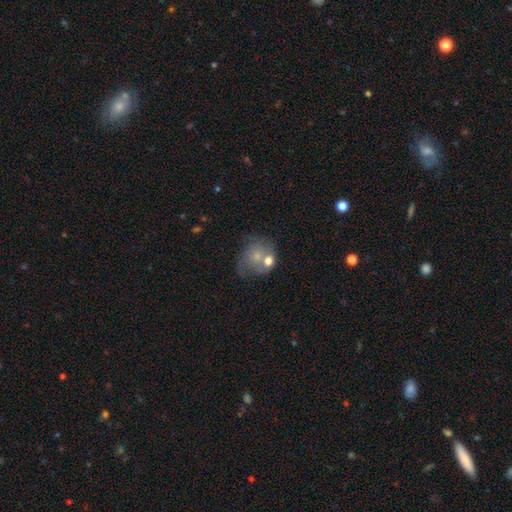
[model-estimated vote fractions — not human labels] Q: Smooth or featured?
A: smooth (49%); runner-up: featured or disk (40%)
Q: Merging?
A: none (34%); runner-up: merger (31%)